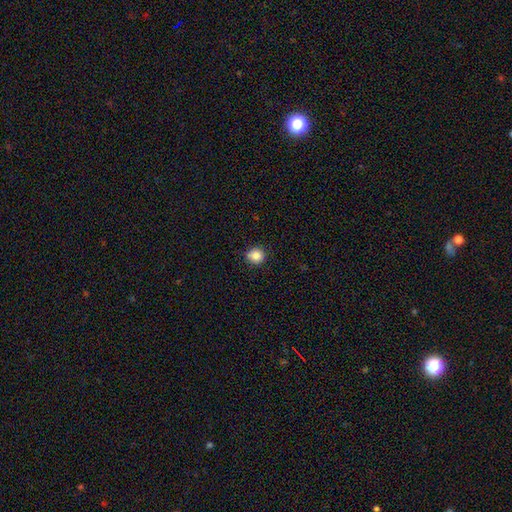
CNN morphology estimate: smooth-or-featured: smooth: 86% | star or artifact: 10% | featured or disk: 4%
  how-rounded: round: 87% | in between: 12% | cigar-shaped: 1%
  merging: none: 83% | minor disturbance: 13% | major disturbance: 2% | merger: 1%